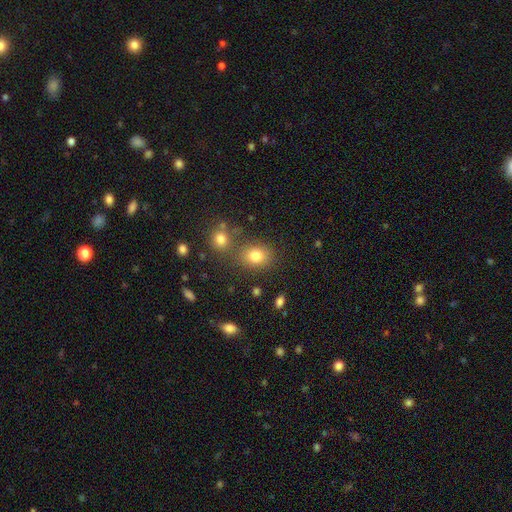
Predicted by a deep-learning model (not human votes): This appears to be a smooth galaxy with no disk features (80%) that is round (53%). Merging: none (69%).